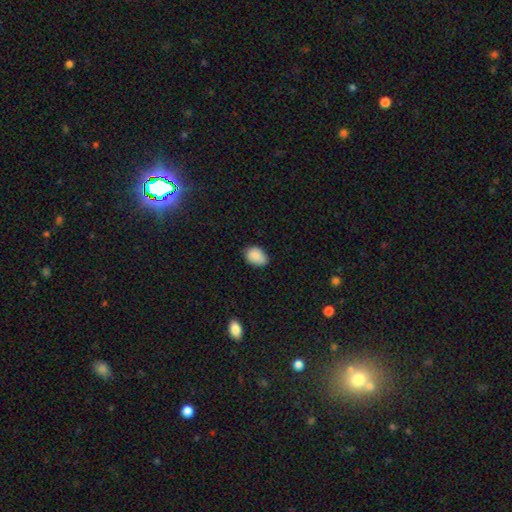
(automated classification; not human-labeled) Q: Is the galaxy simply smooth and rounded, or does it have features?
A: smooth — 88%.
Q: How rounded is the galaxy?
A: in between — 73%.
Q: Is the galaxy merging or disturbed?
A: none — 74%.